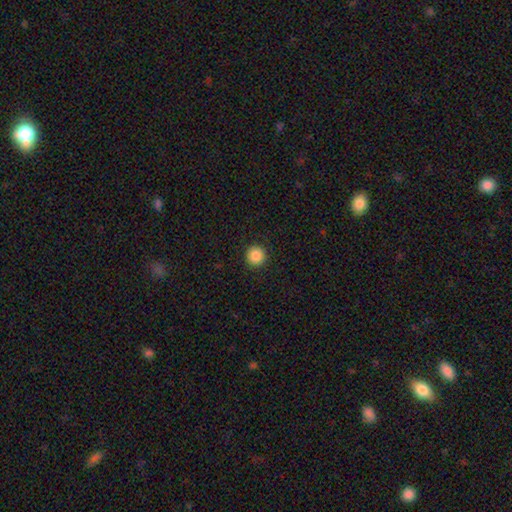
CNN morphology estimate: Q: Smooth or featured?
A: smooth (88%); runner-up: star or artifact (9%)
Q: How rounded?
A: round (95%); runner-up: in between (4%)
Q: Merging?
A: none (92%); runner-up: minor disturbance (5%)